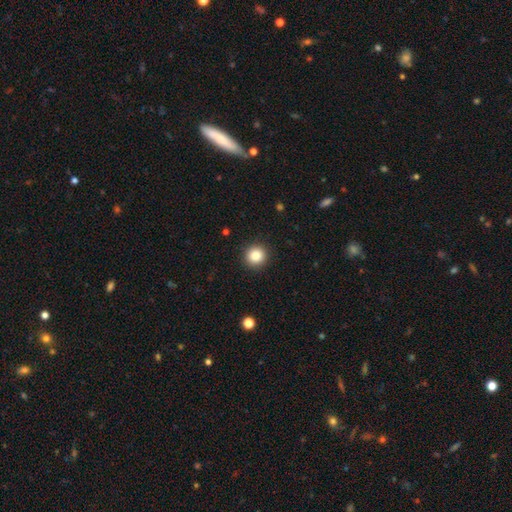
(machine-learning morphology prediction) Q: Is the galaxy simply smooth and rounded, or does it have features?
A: smooth — 85%.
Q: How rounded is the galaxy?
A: round — 93%.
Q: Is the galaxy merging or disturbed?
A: none — 92%.